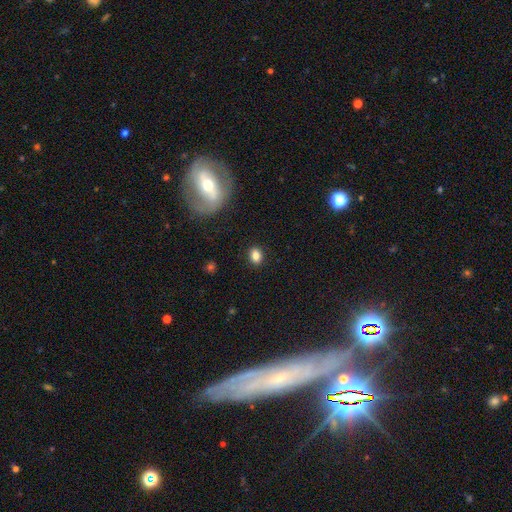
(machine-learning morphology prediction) smooth-or-featured: smooth: 83% | star or artifact: 11% | featured or disk: 6%
  how-rounded: in between: 66% | round: 32% | cigar-shaped: 1%
  merging: none: 88% | minor disturbance: 8% | major disturbance: 2% | merger: 1%